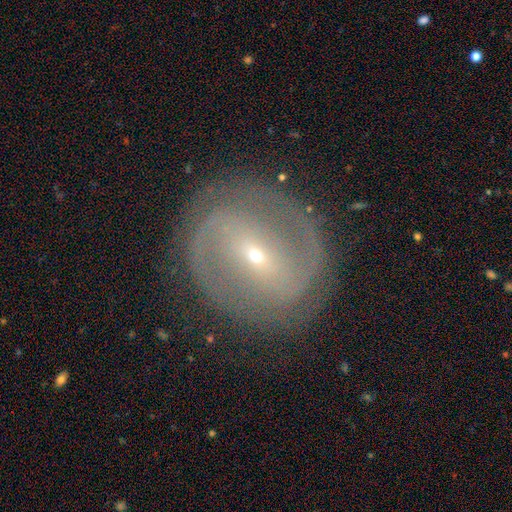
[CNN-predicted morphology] A featured or disk galaxy (82%) with a weak bar (39%), 2 (71%) tight (50%) spiral arms (89%) and a small central bulge (78%).

Vote fractions:
- Smooth or featured? featured or disk: 82% / smooth: 10% / star or artifact: 7%
- Edge-on disk? no: 96% / yes: 4%
- Bar? weak: 39% / strong: 38% / no: 23%
- Spiral arms? yes: 89% / no: 11%
- Spiral winding? tight: 50% / medium: 38% / loose: 12%
- Spiral arm count? 2: 71% / can't tell: 15% / 3: 6% / 1: 3% / 4: 3% / more than 4: 2%
- Bulge size? small: 78% / moderate: 19% / large: 1% / dominant: 1% / none: 1%
- Merging? none: 83% / minor disturbance: 11% / major disturbance: 5% / merger: 1%